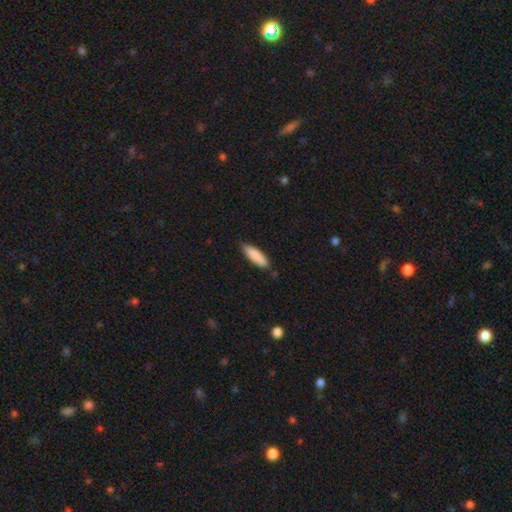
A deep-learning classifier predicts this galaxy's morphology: The model was most divided on "how rounded": cigar-shaped: 56%, in between: 42%, round: 1%. More confident: smooth or featured — smooth (86%); merging — none (78%).